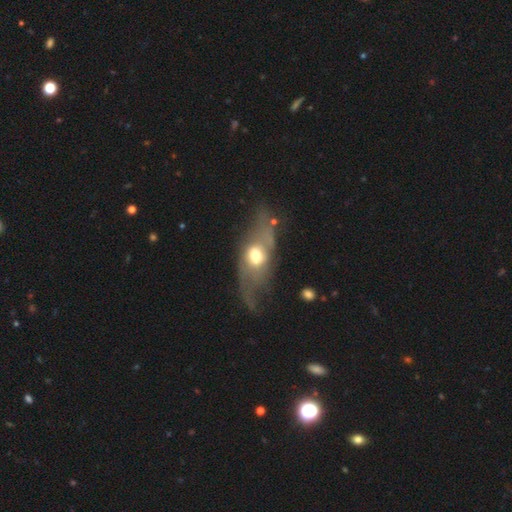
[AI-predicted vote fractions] A featured or disk galaxy (57%).

Vote fractions:
- Smooth or featured? featured or disk: 57% / smooth: 35% / star or artifact: 8%
- Edge-on disk? no: 75% / yes: 25%
- Merging? none: 41% / major disturbance: 33% / minor disturbance: 22% / merger: 5%